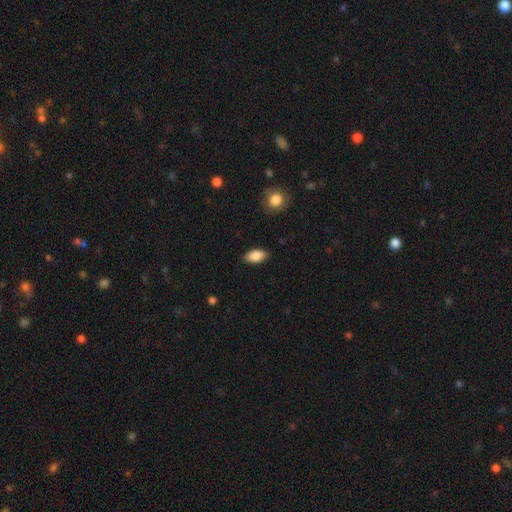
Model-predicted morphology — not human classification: Smooth or featured?
  - smooth: 87% *
  - star or artifact: 7%
  - featured or disk: 7%
How rounded?
  - in between: 93% *
  - cigar-shaped: 4%
  - round: 3%
Merging?
  - none: 87% *
  - minor disturbance: 10%
  - major disturbance: 2%
  - merger: 1%